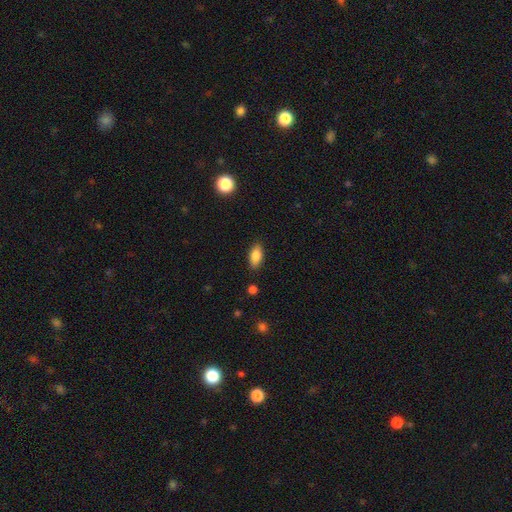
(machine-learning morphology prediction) Q: Smooth or featured?
A: smooth (85%); runner-up: star or artifact (8%)
Q: How rounded?
A: in between (88%); runner-up: cigar-shaped (8%)
Q: Merging?
A: none (86%); runner-up: minor disturbance (10%)